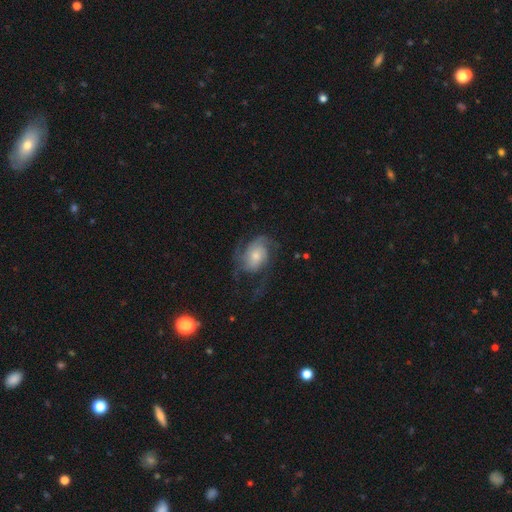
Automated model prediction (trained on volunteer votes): Morphology: type=featured or disk (68%); edge-on=no (97%); bar=no (73%); spiral arms=yes (88%); winding=medium (43%); arm count=2 (39%); bulge=small (50%); merging=none (46%).